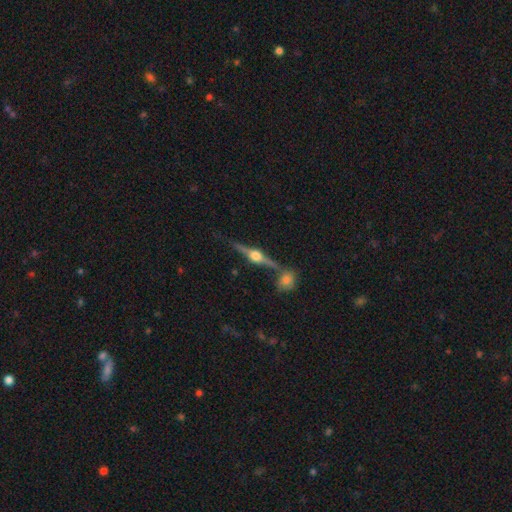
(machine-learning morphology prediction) type=featured or disk (85%); edge-on=yes (97%); edge-on bulge=rounded (96%); merging=none (77%).